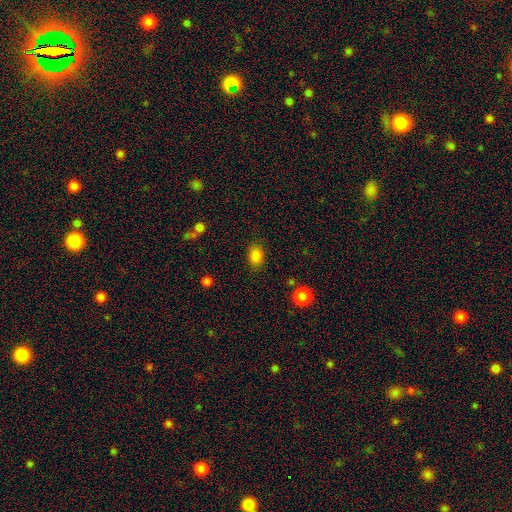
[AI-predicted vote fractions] A smooth galaxy with no disk features (85%) that is in between round and cigar-shaped (70%).

Vote fractions:
- Smooth or featured? smooth: 85% / star or artifact: 11% / featured or disk: 4%
- How rounded? in between: 70% / round: 28% / cigar-shaped: 1%
- Merging? none: 83% / minor disturbance: 11% / major disturbance: 4% / merger: 2%